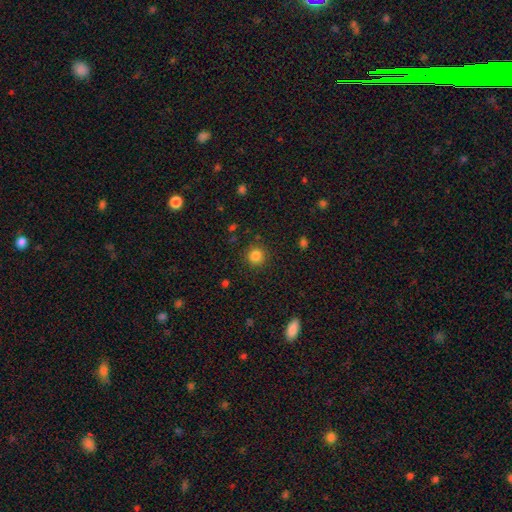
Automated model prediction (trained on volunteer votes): smooth_or_featured: smooth (p=0.84) [alt: star or artifact p=0.12]
how_rounded: round (p=0.94) [alt: in between p=0.06]
merging: none (p=0.89) [alt: minor disturbance p=0.07]